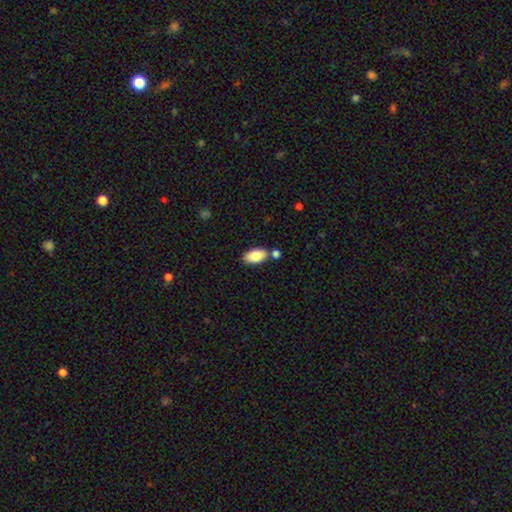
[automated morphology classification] This appears to be a smooth galaxy with no disk features (85%) that is in between round and cigar-shaped (94%). Merging: none (72%).